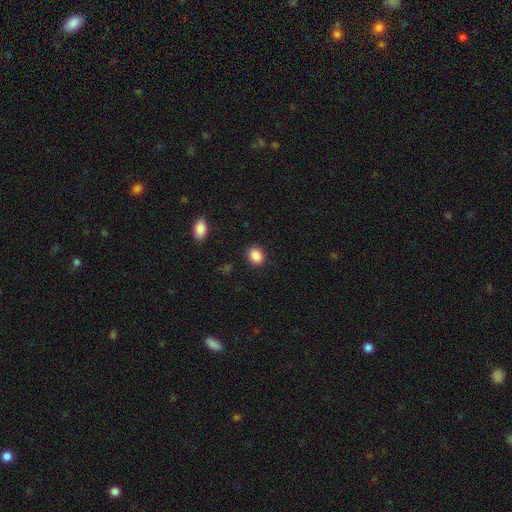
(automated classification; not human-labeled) Smooth or featured? Predicted: smooth (p=0.89). How rounded? Predicted: round (p=0.51). Merging? Predicted: none (p=0.88).